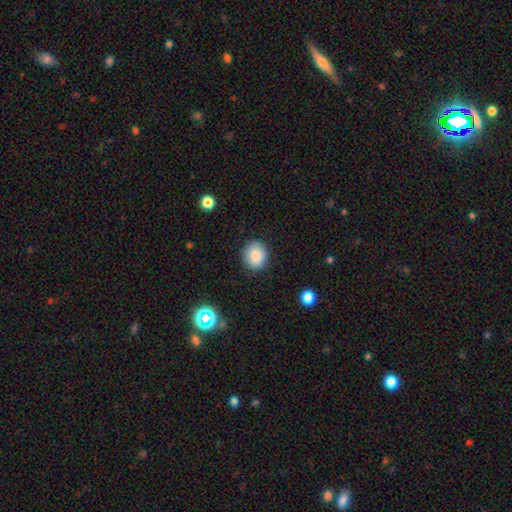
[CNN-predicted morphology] Smooth or featured?
  - smooth: 86% *
  - star or artifact: 9%
  - featured or disk: 5%
How rounded?
  - round: 76% *
  - in between: 23%
  - cigar-shaped: 1%
Merging?
  - none: 87% *
  - minor disturbance: 9%
  - major disturbance: 2%
  - merger: 1%